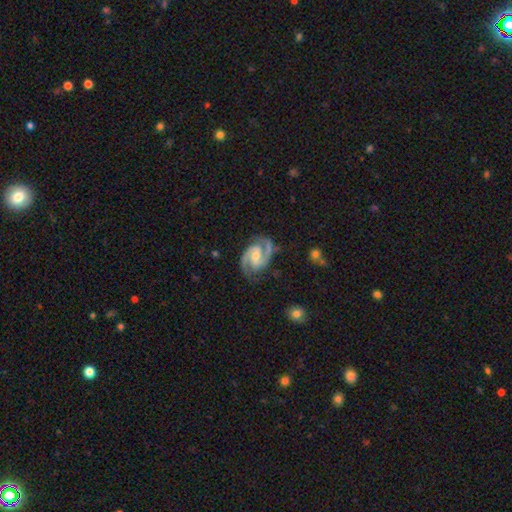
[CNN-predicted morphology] Overall: featured or disk (93%). Edge-on disk: no (98%). Bar: weak (47%; no 31%). Spiral arms: yes (99%). Spiral arm count: 2 (93%). Spiral winding: medium (59%; tight 32%). Bulge size: moderate (53%; small 40%). Merging: none (80%).